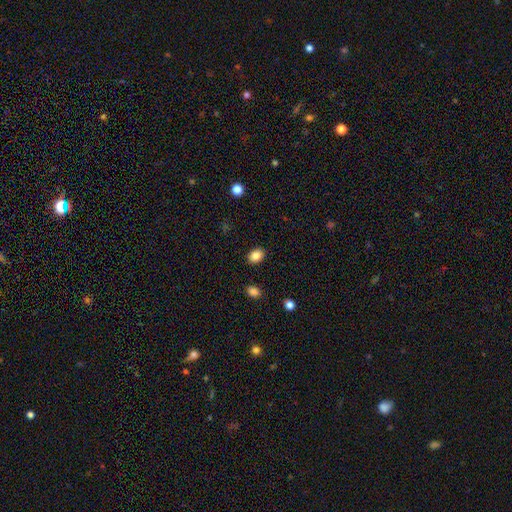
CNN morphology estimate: This appears to be a smooth galaxy with no disk features (85%) that is in between round and cigar-shaped (63%). Merging: none (89%).